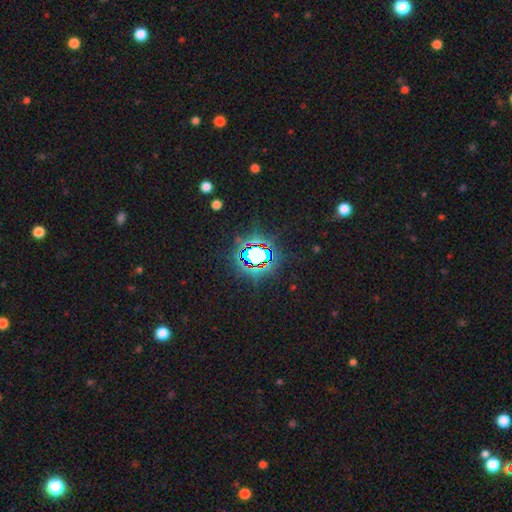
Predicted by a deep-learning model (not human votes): smooth_or_featured: star or artifact (p=0.73) [alt: smooth p=0.15]